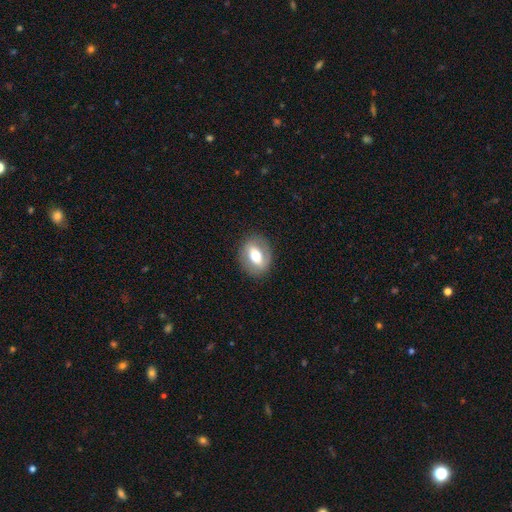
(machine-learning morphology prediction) Smooth or featured? smooth (52%)
How rounded? in between (64%)
Merging? none (84%)